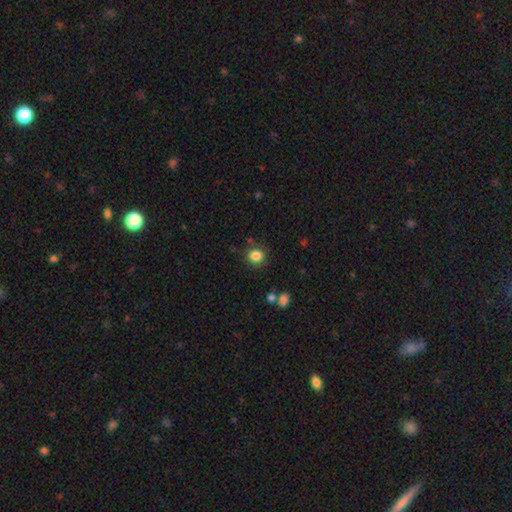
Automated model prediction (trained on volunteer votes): This is clearly a smooth galaxy (84%). How rounded: clearly round (86%). Merging: clearly none (84%).